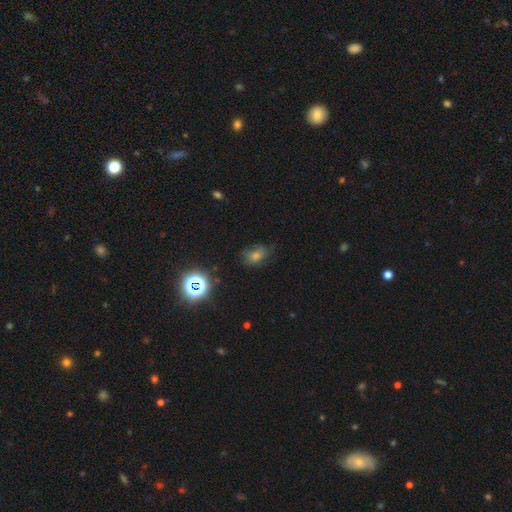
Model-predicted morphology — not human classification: Smooth or featured? smooth (50%)
Merging? none (58%)